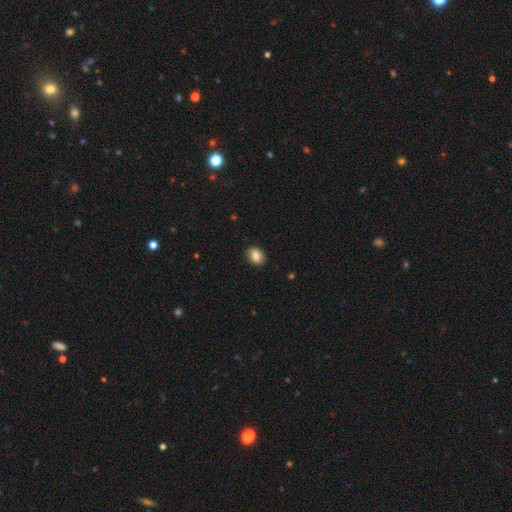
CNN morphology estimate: smooth-or-featured: smooth: 85% | star or artifact: 8% | featured or disk: 7%
  how-rounded: in between: 67% | round: 32% | cigar-shaped: 1%
  merging: none: 89% | minor disturbance: 8% | major disturbance: 2% | merger: 1%